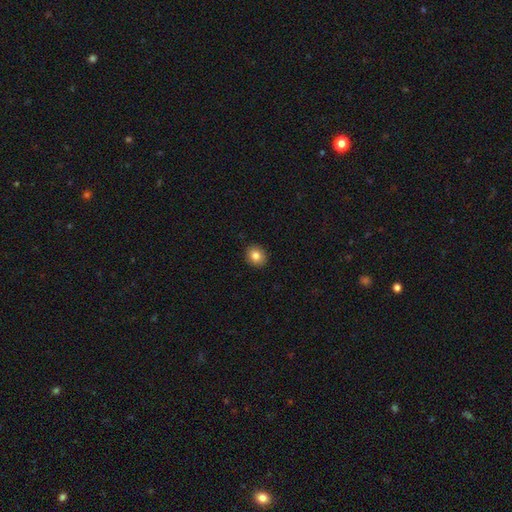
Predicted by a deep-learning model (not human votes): A smooth galaxy with no disk features (83%) that is round (67%). Merging: none (91%).